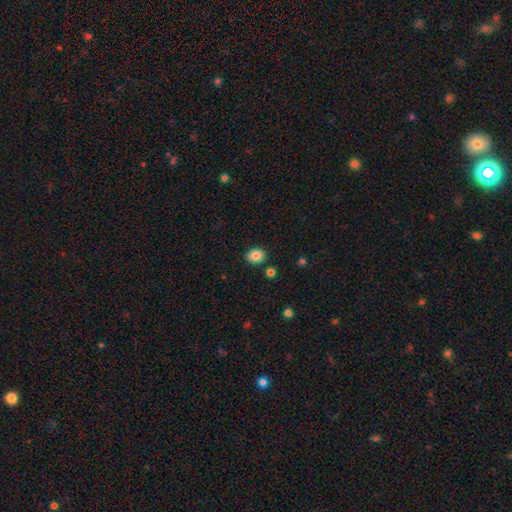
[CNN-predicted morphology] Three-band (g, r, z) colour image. It shows a smooth galaxy with no disk features (84%) that is round (54%). Merging: none (88%).